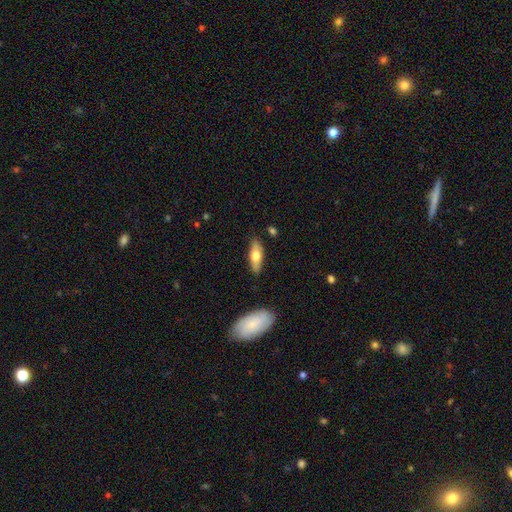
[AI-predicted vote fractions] A smooth galaxy with no disk features (58%) that is in between round and cigar-shaped (61%).

Vote fractions:
- Smooth or featured? smooth: 58% / featured or disk: 36% / star or artifact: 6%
- How rounded? in between: 61% / cigar-shaped: 36% / round: 3%
- Merging? none: 84% / minor disturbance: 12% / major disturbance: 2% / merger: 2%